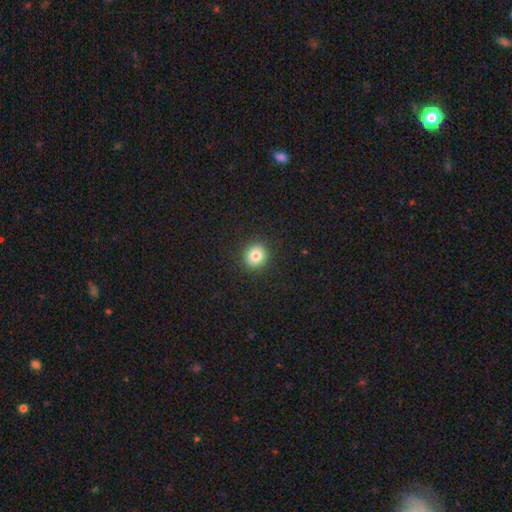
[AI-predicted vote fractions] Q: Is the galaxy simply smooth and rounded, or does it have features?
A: smooth — 81%.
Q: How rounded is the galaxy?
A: round — 86%.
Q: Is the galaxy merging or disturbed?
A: none — 91%.